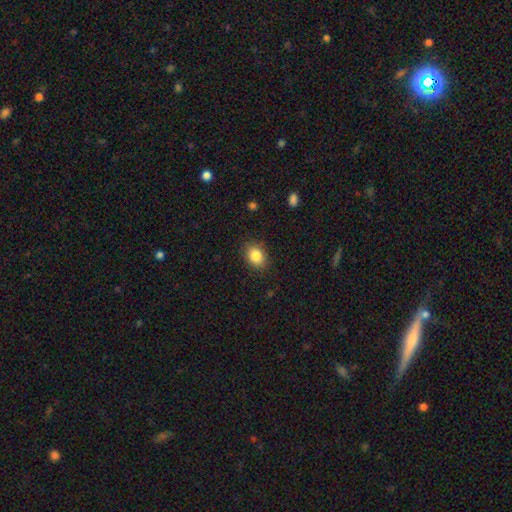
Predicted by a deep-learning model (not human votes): smooth-or-featured: smooth: 86% | star or artifact: 9% | featured or disk: 6%
  how-rounded: in between: 63% | round: 36% | cigar-shaped: 1%
  merging: none: 86% | minor disturbance: 10% | major disturbance: 3% | merger: 1%